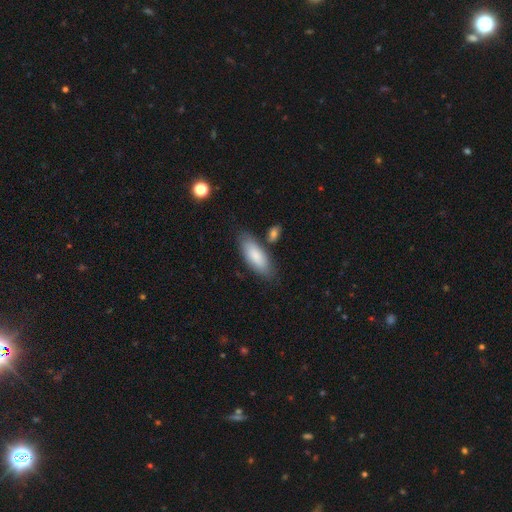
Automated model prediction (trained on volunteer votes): smooth 82%, featured or disk 13%, star or artifact 5%. Down the decision tree: how rounded — in between (77%); merging — none (77%).